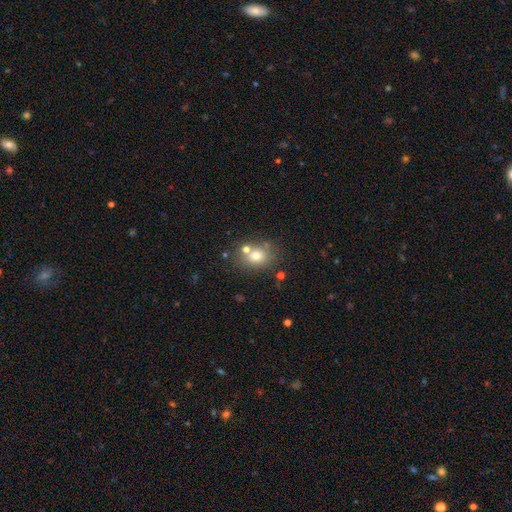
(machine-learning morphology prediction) Overall: smooth (72%). How rounded: round (53%; in between 46%). Merging: none (64%).